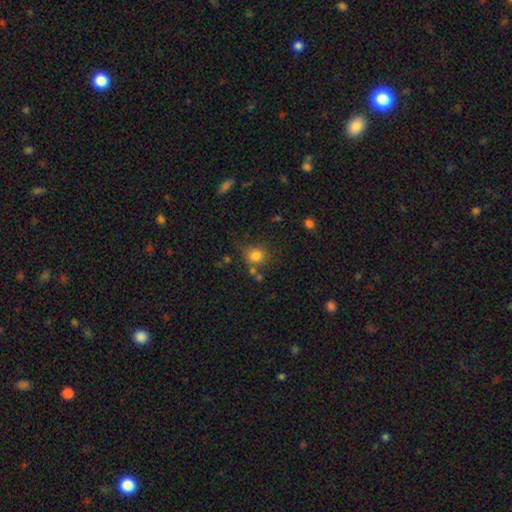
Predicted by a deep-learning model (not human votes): Smooth or featured? smooth (80%)
How rounded? round (79%)
Merging? none (65%)